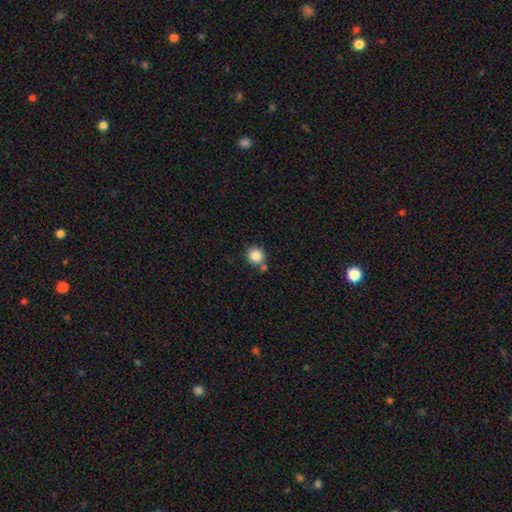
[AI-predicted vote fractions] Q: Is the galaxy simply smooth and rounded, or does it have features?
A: smooth — 86%.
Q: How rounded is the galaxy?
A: round — 88%.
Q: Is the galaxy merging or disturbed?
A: none — 68%.